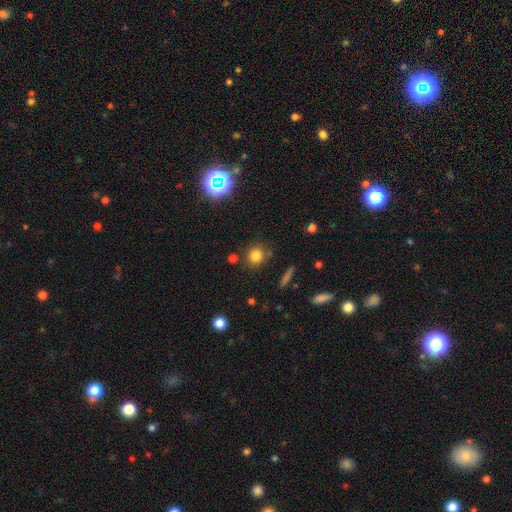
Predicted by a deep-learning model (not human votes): Smooth or featured? smooth (79%)
How rounded? round (83%)
Merging? none (79%)